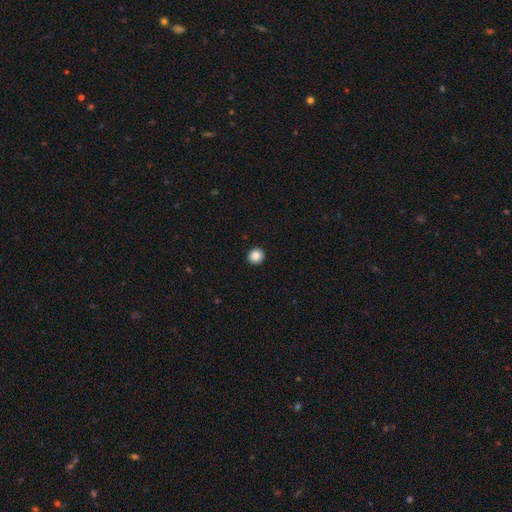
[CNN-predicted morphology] smooth_or_featured: smooth (p=0.86) [alt: star or artifact p=0.09]
how_rounded: round (p=0.93) [alt: in between p=0.06]
merging: none (p=0.94) [alt: minor disturbance p=0.04]